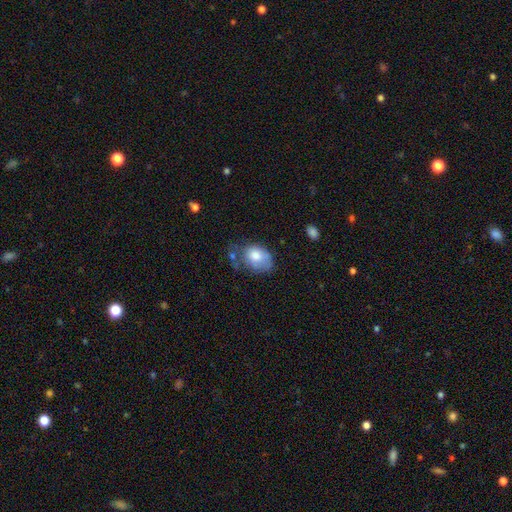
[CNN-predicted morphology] Smooth or featured?
  - smooth: 74% *
  - featured or disk: 18%
  - star or artifact: 8%
How rounded?
  - in between: 76% *
  - round: 23%
  - cigar-shaped: 1%
Merging?
  - none: 39% *
  - minor disturbance: 35%
  - major disturbance: 18%
  - merger: 8%